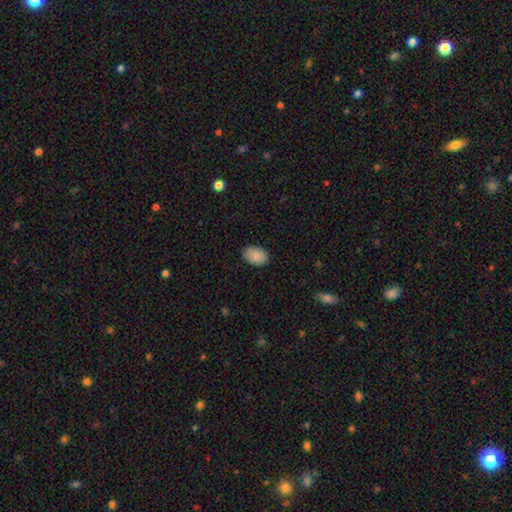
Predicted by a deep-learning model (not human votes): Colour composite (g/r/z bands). It shows a smooth galaxy with no disk features (89%) that is in between round and cigar-shaped (88%). Merging: none (88%).